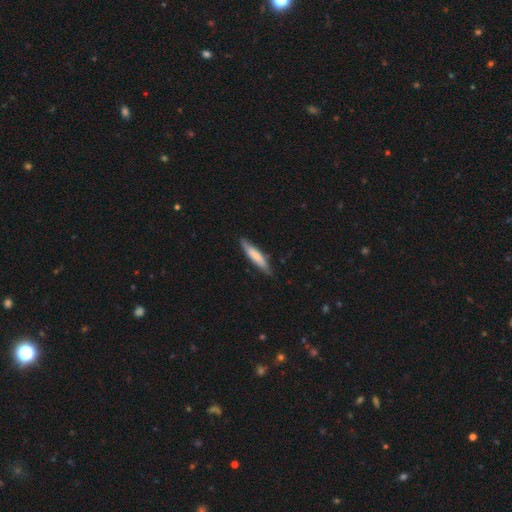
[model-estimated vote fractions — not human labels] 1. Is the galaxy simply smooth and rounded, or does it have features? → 66% smooth, 29% featured or disk, 5% star or artifact.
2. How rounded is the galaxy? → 85% cigar-shaped, 13% in between, 1% round.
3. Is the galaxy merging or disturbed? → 82% none, 14% minor disturbance, 2% major disturbance, 1% merger.